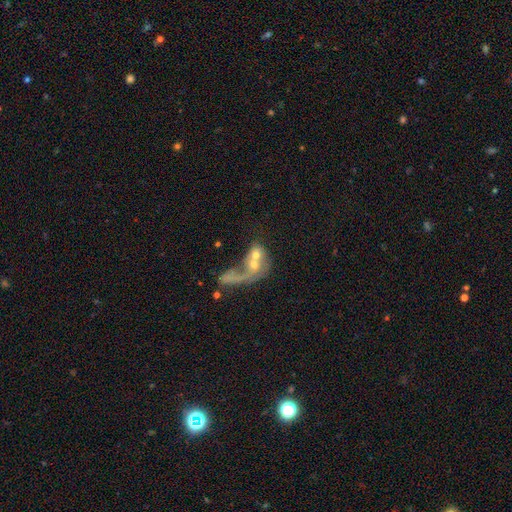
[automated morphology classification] Smooth or featured? Predicted: featured or disk (p=0.51). Edge-on disk? Predicted: no (p=0.93). Merging? Predicted: merger (p=0.65).